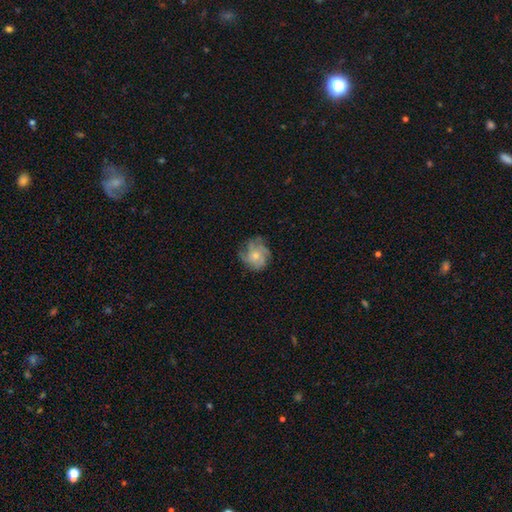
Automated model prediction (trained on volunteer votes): This is likely a featured or disk galaxy (71%). It is clearly not viewed edge-on (98%). Bar: clearly no (83%). Spiral arm pattern: clearly yes (93%). Spiral arm count: marginally 4 (32%). Spiral winding: possibly tight (47%). Central bulge: possibly small (52%). Merging: likely none (73%).